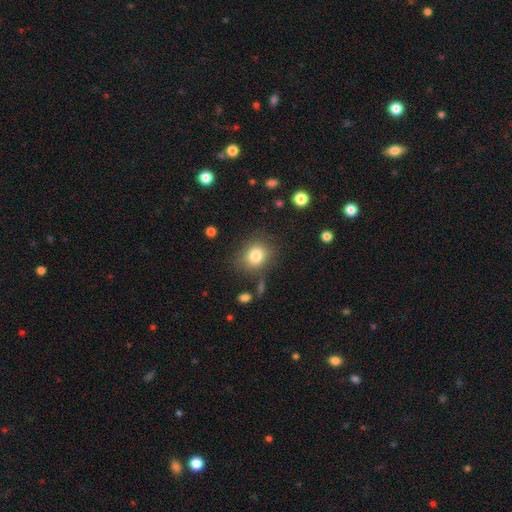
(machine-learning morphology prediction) type=smooth (81%); roundness=round (64%); merging=none (77%).